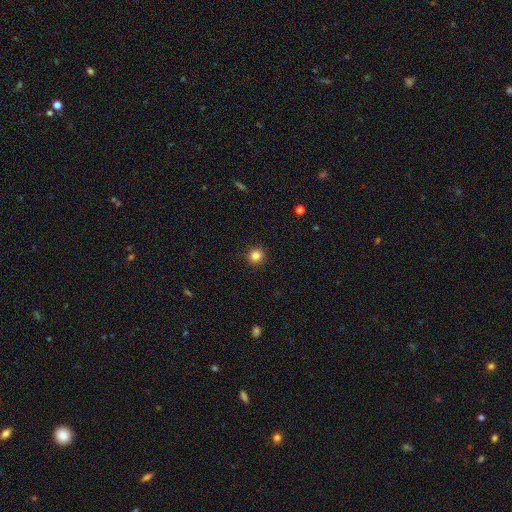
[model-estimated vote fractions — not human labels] Smooth or featured? Predicted: smooth (p=0.84). How rounded? Predicted: round (p=0.95). Merging? Predicted: none (p=0.93).